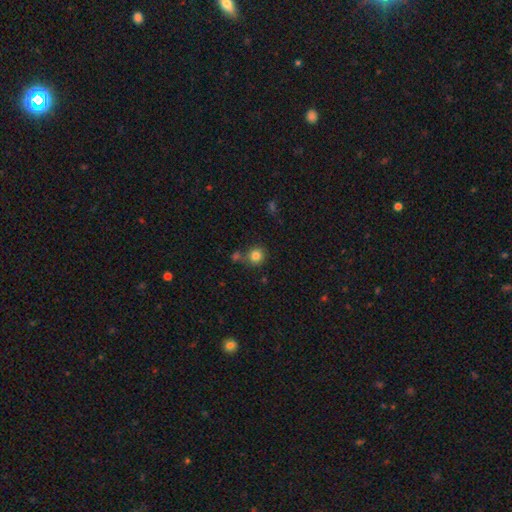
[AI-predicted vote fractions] A smooth galaxy with no disk features (82%) that is round (91%).

Vote fractions:
- Smooth or featured? smooth: 82% / star or artifact: 11% / featured or disk: 6%
- How rounded? round: 91% / in between: 8% / cigar-shaped: 1%
- Merging? none: 69% / merger: 17% / minor disturbance: 10% / major disturbance: 4%